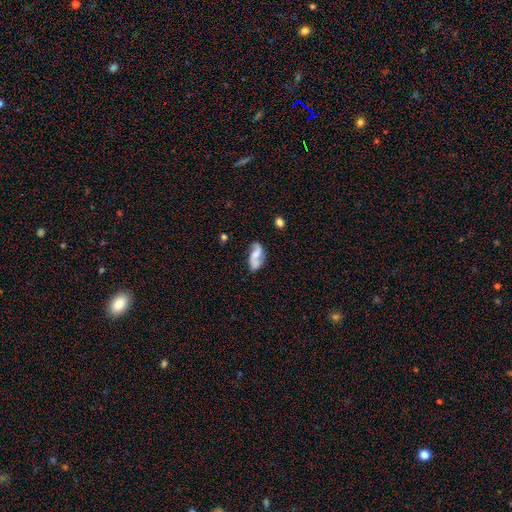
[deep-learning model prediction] A featured or disk galaxy (74%) with no bar (46%), 2 (90%) loose (64%) spiral arms (93%) and a moderate central bulge (37%). Merging: none (68%).